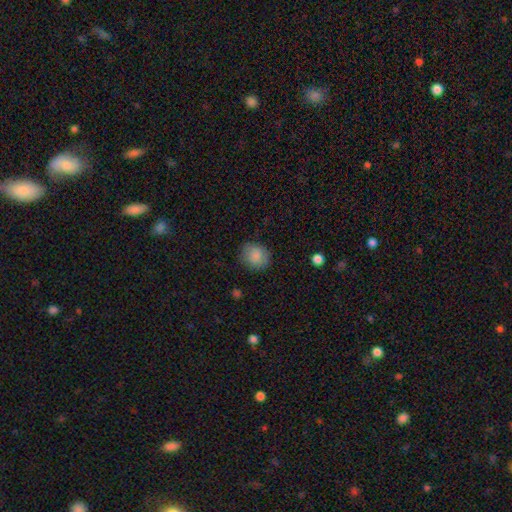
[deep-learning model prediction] Smooth or featured: smooth — 86% (star or artifact — 8%)
How rounded: round — 69% (in between — 30%)
Merging: none — 82% (minor disturbance — 13%)